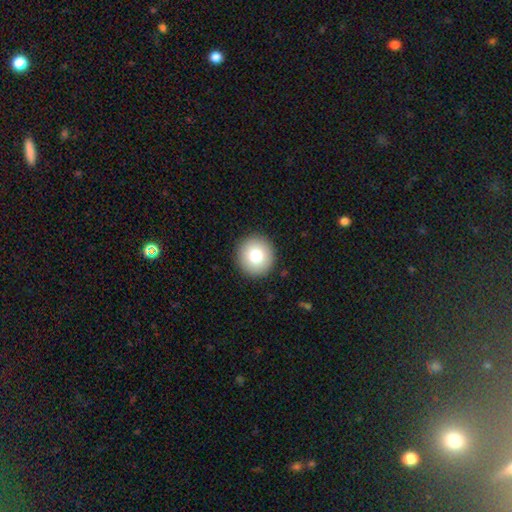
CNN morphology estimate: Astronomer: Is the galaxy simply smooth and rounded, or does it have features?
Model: smooth — 77%.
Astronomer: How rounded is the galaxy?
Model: round — 94%.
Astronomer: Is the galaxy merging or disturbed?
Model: none — 92%.